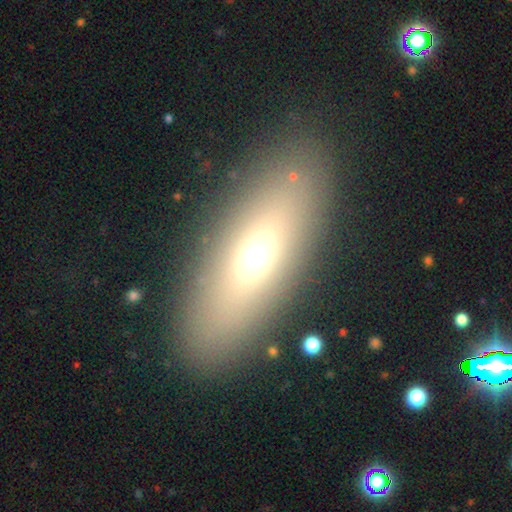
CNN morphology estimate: smooth_or_featured: smooth (p=0.56) [alt: featured or disk p=0.31]
how_rounded: in between (p=0.71) [alt: cigar-shaped p=0.23]
merging: none (p=0.84) [alt: minor disturbance p=0.09]